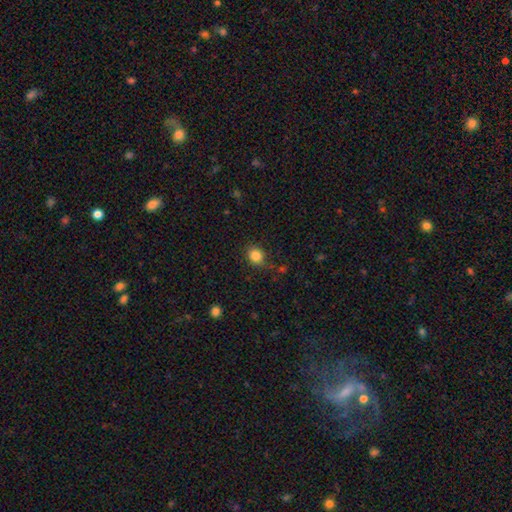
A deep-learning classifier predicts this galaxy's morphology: Smooth or featured? Predicted: smooth (p=0.84). How rounded? Predicted: round (p=0.73). Merging? Predicted: none (p=0.79).